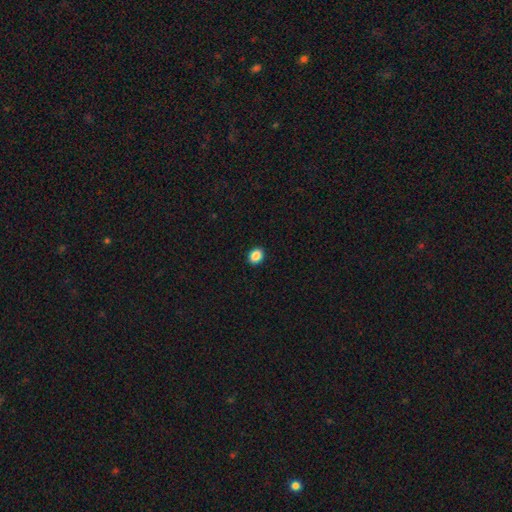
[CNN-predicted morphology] The model was most divided on "how rounded": round: 55%, in between: 44%, cigar-shaped: 1%. More confident: merging — none (92%); smooth or featured — smooth (88%).